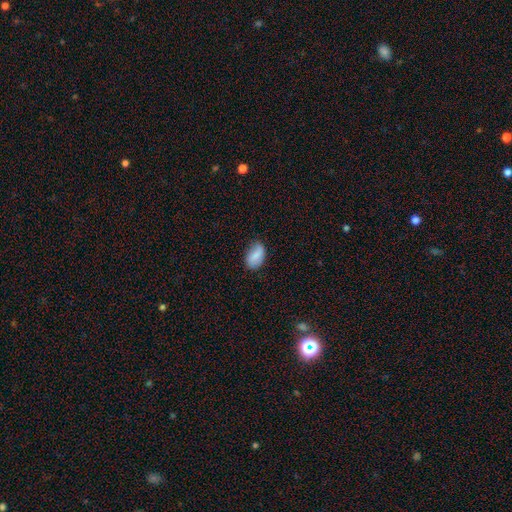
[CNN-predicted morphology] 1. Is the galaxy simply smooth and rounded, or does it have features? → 76% smooth, 17% featured or disk, 8% star or artifact.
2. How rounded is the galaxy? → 90% in between, 8% round, 2% cigar-shaped.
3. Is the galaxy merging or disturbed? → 70% none, 24% minor disturbance, 5% major disturbance, 1% merger.